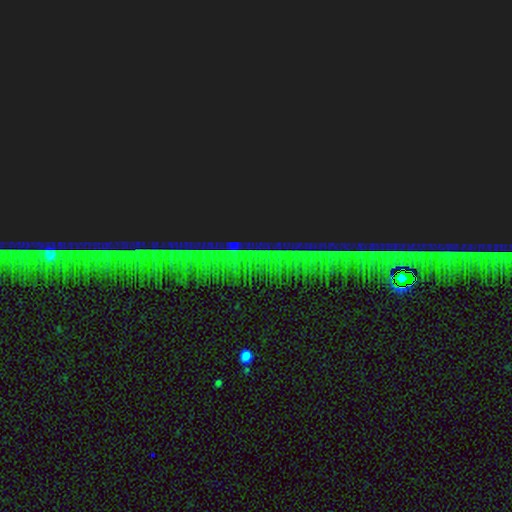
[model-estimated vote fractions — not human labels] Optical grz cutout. It shows a star or artifact, not a galaxy (84%).